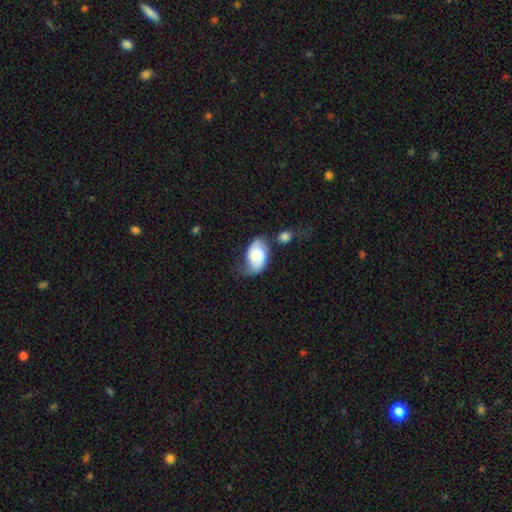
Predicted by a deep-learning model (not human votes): Smooth or featured? featured or disk (51%)
Edge-on disk? no (97%)
Merging? none (42%)